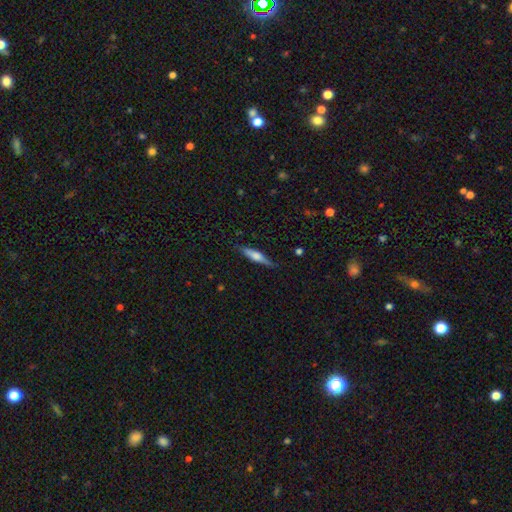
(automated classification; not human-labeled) Overall: featured or disk (50%; smooth 44%). Merging: none (83%).